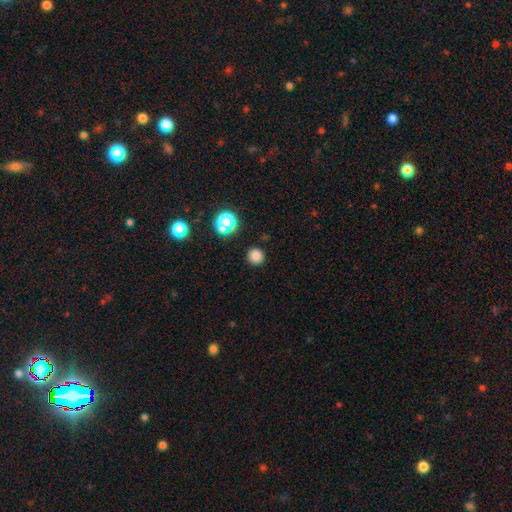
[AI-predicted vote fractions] Morphology: type=smooth (81%); roundness=round (95%); merging=none (90%).